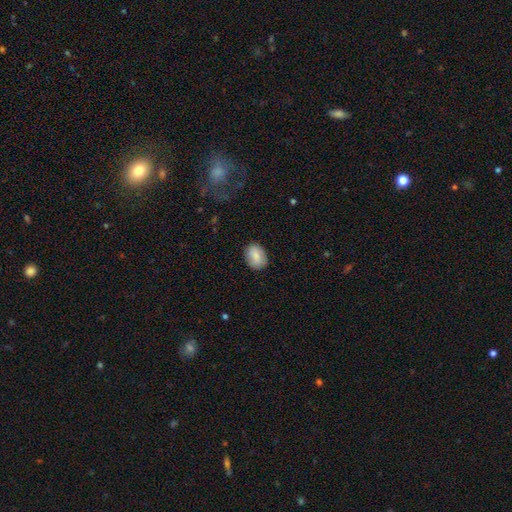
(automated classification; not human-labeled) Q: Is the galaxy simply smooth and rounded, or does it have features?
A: smooth — 81%.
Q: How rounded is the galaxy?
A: in between — 70%.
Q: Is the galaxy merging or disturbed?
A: none — 82%.